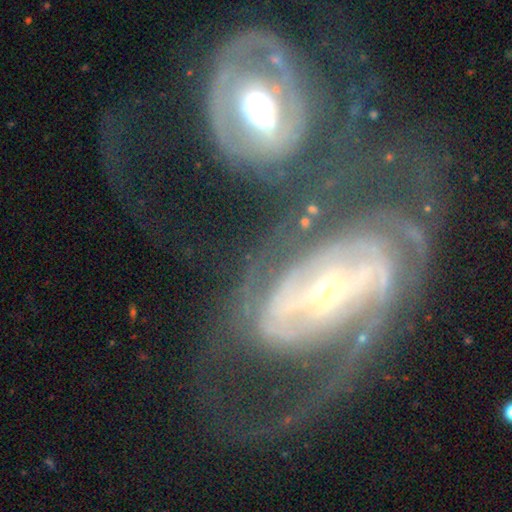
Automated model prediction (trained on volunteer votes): This appears to be a featured or disk galaxy (87%) with a strong bar (37%), 2 (53%) tight (46%) spiral arms (91%) and a small central bulge (51%). Merging: merger (34%).